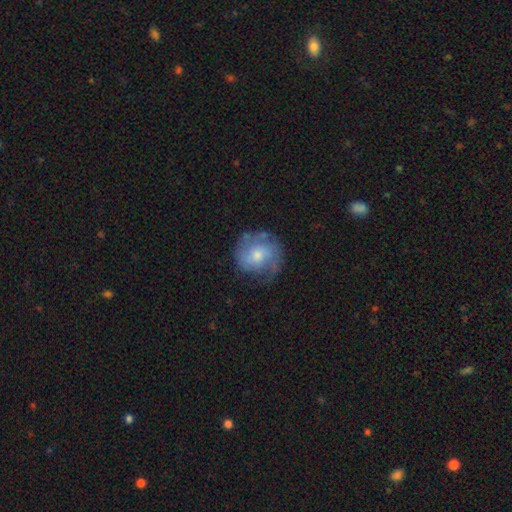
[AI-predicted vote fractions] This appears to be a featured or disk galaxy (62%) with no bar (66%), 2 (53%) medium (42%) spiral arms (85%) and a moderate central bulge (52%). Merging: none (66%).